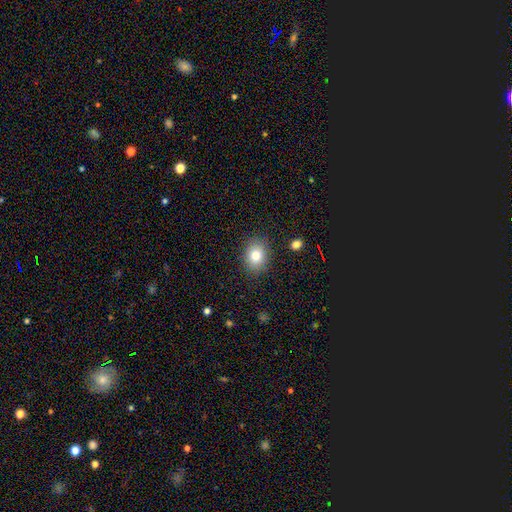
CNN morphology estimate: type=smooth (81%); roundness=in between (57%); merging=none (87%).